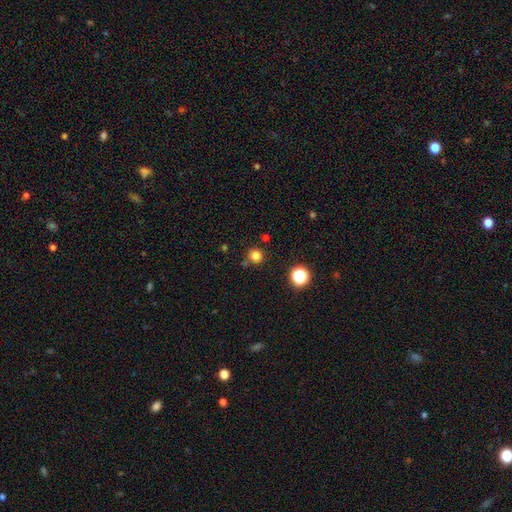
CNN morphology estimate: smooth_or_featured: smooth (p=0.79) [alt: star or artifact p=0.16]
how_rounded: round (p=0.92) [alt: in between p=0.08]
merging: none (p=0.80) [alt: minor disturbance p=0.10]